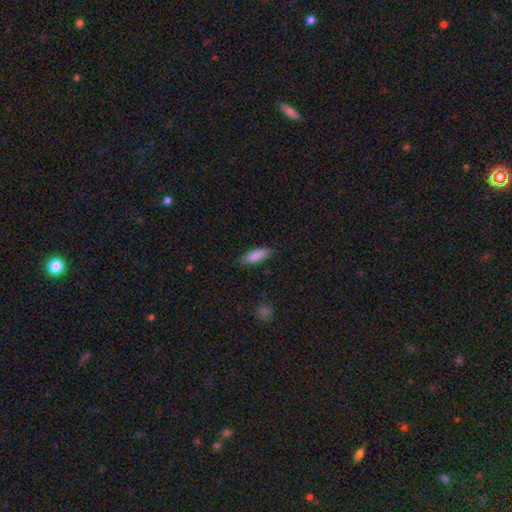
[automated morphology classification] smooth 87%, star or artifact 6%, featured or disk 6%. Down the decision tree: how rounded — in between (53%); merging — none (83%).